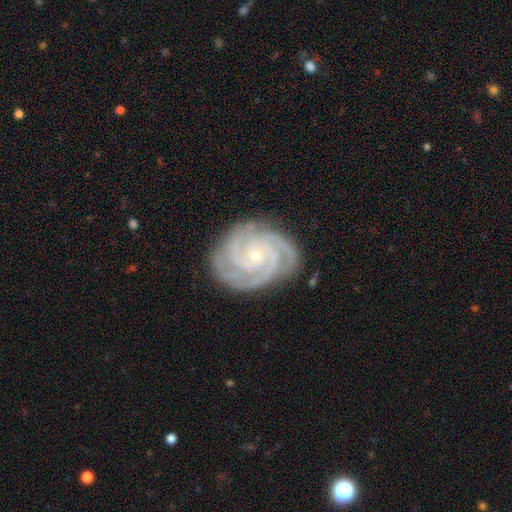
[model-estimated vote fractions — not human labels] A featured or disk galaxy (92%) with no bar (75%), 3 (43%) tight (79%) spiral arms (99%) and a small central bulge (80%).

Vote fractions:
- Smooth or featured? featured or disk: 92% / star or artifact: 5% / smooth: 3%
- Edge-on disk? no: 98% / yes: 2%
- Bar? no: 75% / weak: 18% / strong: 7%
- Spiral arms? yes: 99% / no: 1%
- Spiral winding? tight: 79% / medium: 19% / loose: 2%
- Spiral arm count? 3: 43% / 4: 32% / 2: 8% / can't tell: 7% / more than 4: 5% / 1: 5%
- Bulge size? small: 80% / moderate: 17% / none: 1% / large: 1% / dominant: 1%
- Merging? none: 82% / minor disturbance: 14% / major disturbance: 3% / merger: 1%